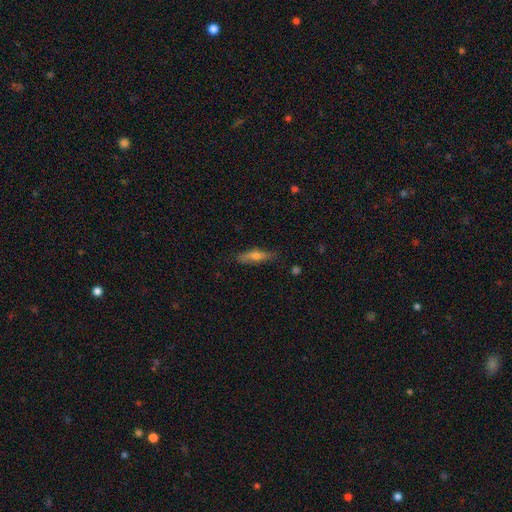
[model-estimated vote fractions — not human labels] This appears to be a smooth galaxy with no disk features (55%) that is cigar-shaped (73%). Merging: none (80%).